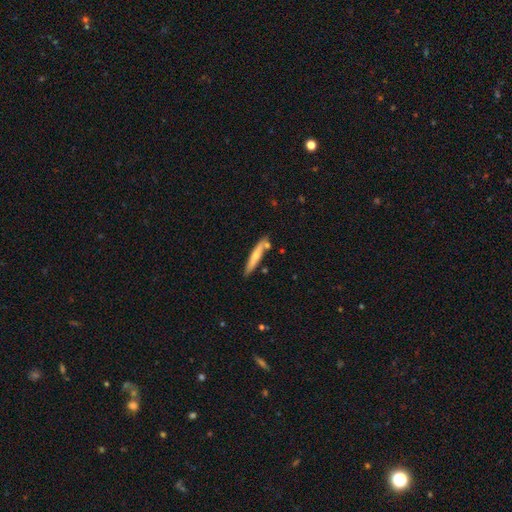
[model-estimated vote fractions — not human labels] Smooth or featured?
  - smooth: 56% *
  - featured or disk: 38%
  - star or artifact: 6%
How rounded?
  - cigar-shaped: 92% *
  - in between: 7%
  - round: 1%
Merging?
  - none: 75% *
  - minor disturbance: 14%
  - merger: 9%
  - major disturbance: 2%